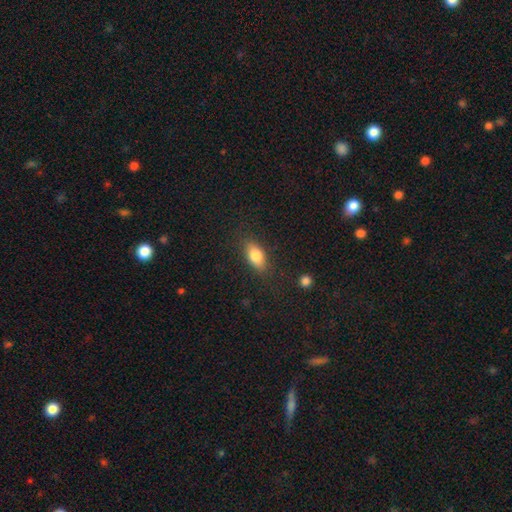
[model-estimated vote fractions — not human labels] Q: Smooth or featured?
A: smooth (79%); runner-up: featured or disk (14%)
Q: How rounded?
A: in between (84%); runner-up: cigar-shaped (10%)
Q: Merging?
A: none (83%); runner-up: minor disturbance (12%)